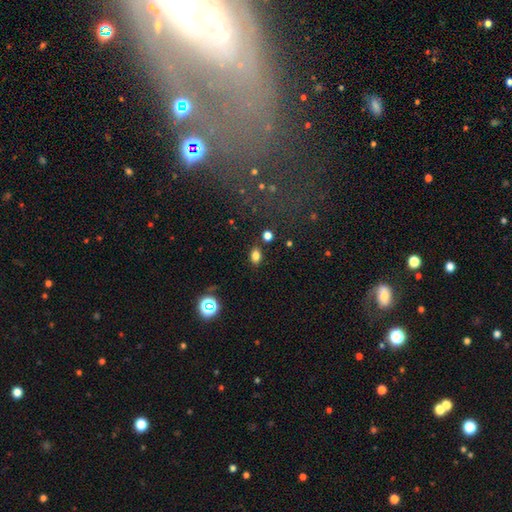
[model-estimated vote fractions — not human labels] Overall: smooth (80%). How rounded: in between (78%). Merging: none (83%).